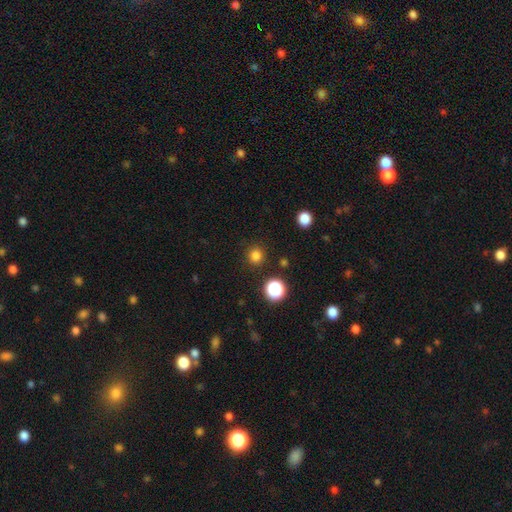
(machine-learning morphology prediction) smooth-or-featured: smooth: 81% | star or artifact: 16% | featured or disk: 4%
  how-rounded: round: 92% | in between: 7% | cigar-shaped: 1%
  merging: none: 90% | minor disturbance: 6% | major disturbance: 2% | merger: 2%